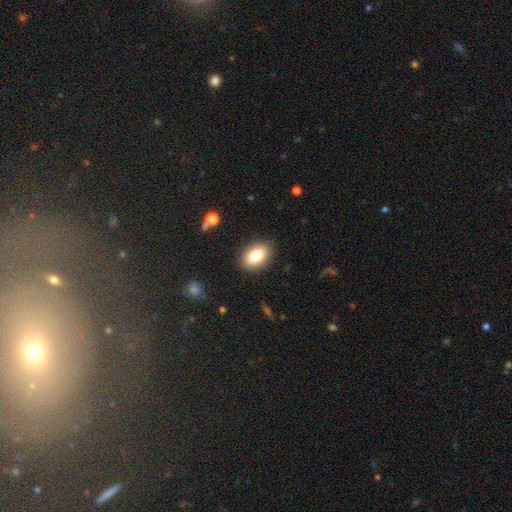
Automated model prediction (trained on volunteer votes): Smooth or featured? smooth (83%)
How rounded? in between (87%)
Merging? none (88%)